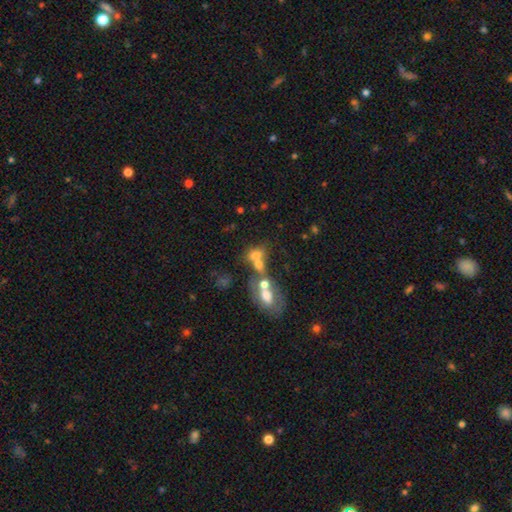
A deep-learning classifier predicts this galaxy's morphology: Smooth or featured: smooth — 58% (featured or disk — 25%)
How rounded: in between — 63% (round — 32%)
Merging: merger — 60% (none — 23%)